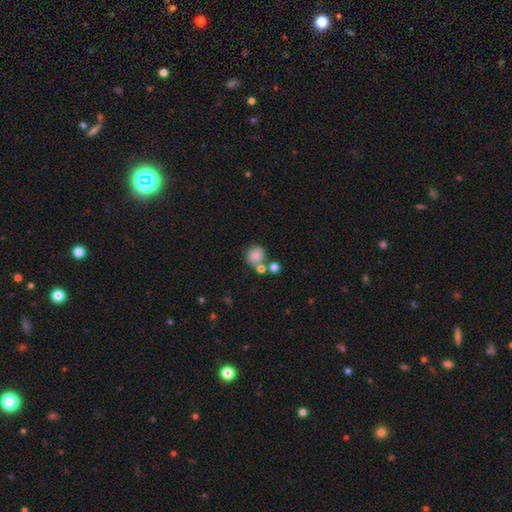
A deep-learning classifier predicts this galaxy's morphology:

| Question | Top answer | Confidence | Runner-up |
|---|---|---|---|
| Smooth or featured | smooth | 81% | star or artifact (10%) |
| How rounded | round | 86% | in between (13%) |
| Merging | none | 60% | merger (24%) |